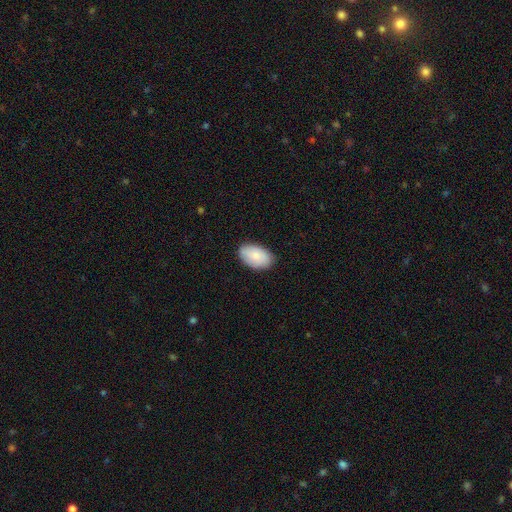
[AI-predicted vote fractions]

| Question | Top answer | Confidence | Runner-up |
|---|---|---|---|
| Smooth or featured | smooth | 86% | featured or disk (9%) |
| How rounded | in between | 94% | round (5%) |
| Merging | none | 86% | minor disturbance (11%) |